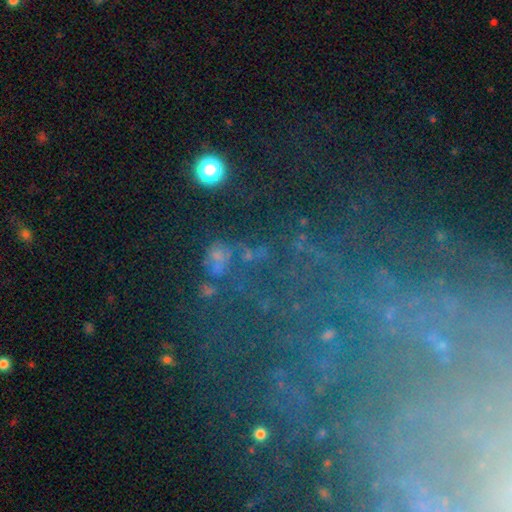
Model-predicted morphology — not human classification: type=star or artifact (48%).